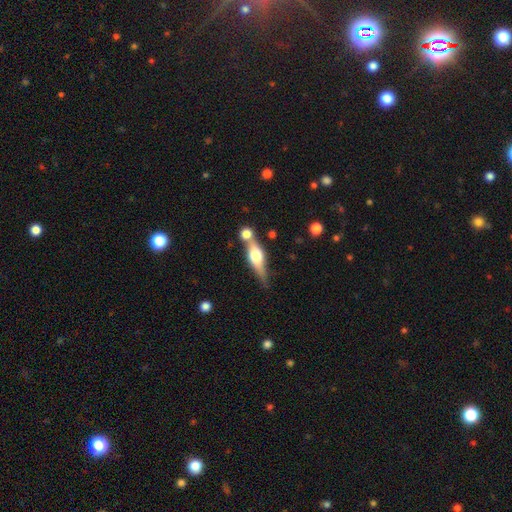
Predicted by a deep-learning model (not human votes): This is possibly a featured or disk galaxy (57%). It is clearly viewed edge-on (90%). Edge-on bulge: clearly rounded (89%). Merging: possibly none (52%).